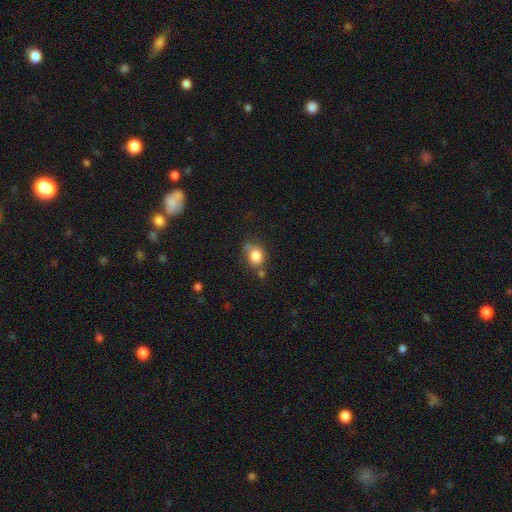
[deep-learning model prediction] The model was most divided on "how rounded": round: 51%, in between: 48%, cigar-shaped: 1%. More confident: smooth or featured — smooth (83%); merging — none (53%).